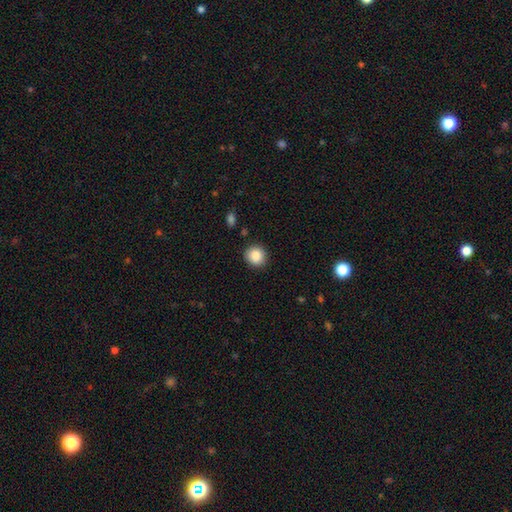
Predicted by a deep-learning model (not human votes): The model was most divided on "how rounded": round: 87%, in between: 12%, cigar-shaped: 1%. More confident: merging — none (88%); smooth or featured — smooth (87%).